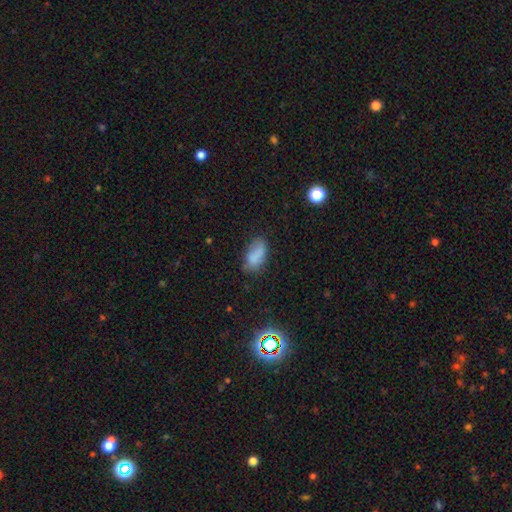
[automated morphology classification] Smooth or featured? Predicted: smooth (p=0.80). How rounded? Predicted: in between (p=0.93). Merging? Predicted: none (p=0.59).